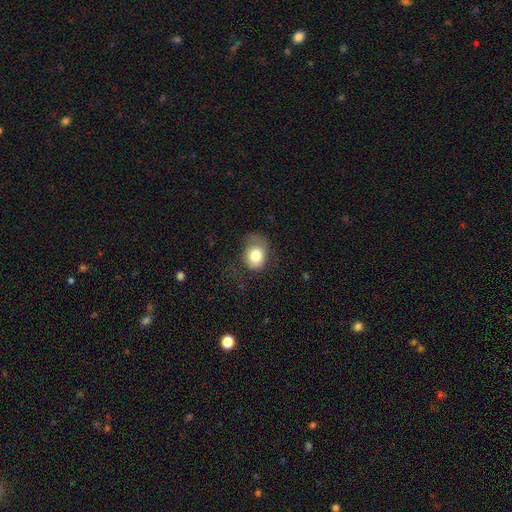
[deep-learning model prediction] smooth-or-featured: smooth: 78% | featured or disk: 13% | star or artifact: 9%
  how-rounded: in between: 53% | round: 46% | cigar-shaped: 1%
  merging: none: 48% | minor disturbance: 31% | major disturbance: 20% | merger: 2%